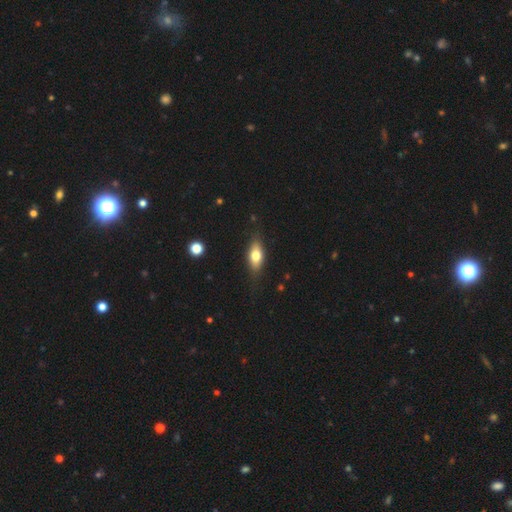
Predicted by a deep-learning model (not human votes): Morphology: type=smooth (69%); roundness=in between (77%); merging=none (82%).